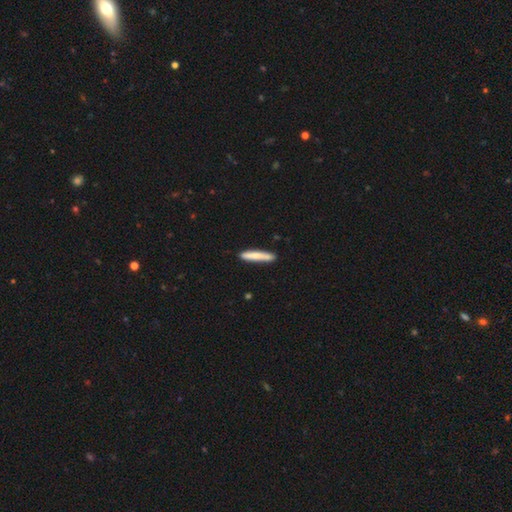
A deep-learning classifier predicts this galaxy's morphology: type=smooth (75%); roundness=cigar-shaped (94%); merging=none (87%).